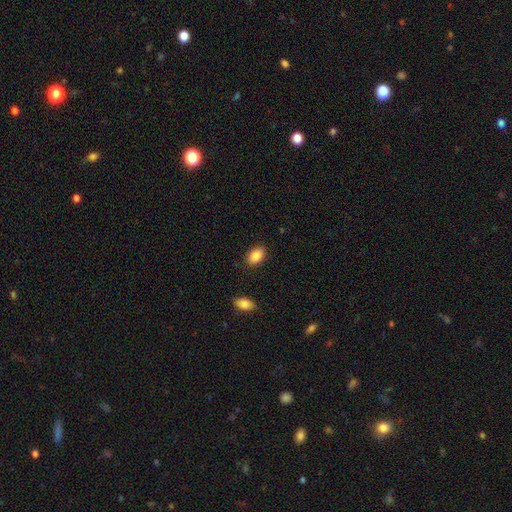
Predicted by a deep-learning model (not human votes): Smooth or featured?
  - smooth: 88% *
  - star or artifact: 7%
  - featured or disk: 5%
How rounded?
  - in between: 89% *
  - round: 10%
  - cigar-shaped: 1%
Merging?
  - none: 86% *
  - minor disturbance: 10%
  - major disturbance: 3%
  - merger: 2%